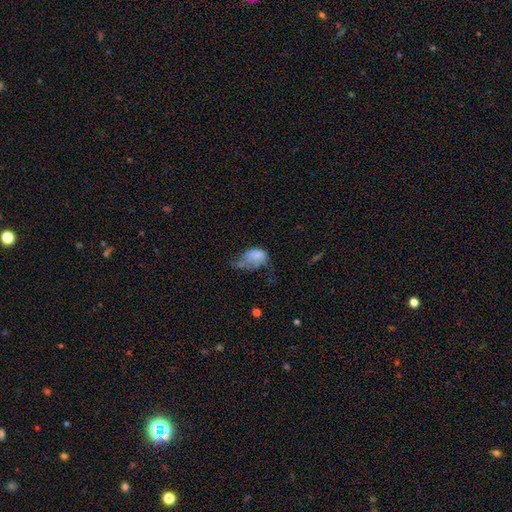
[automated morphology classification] smooth_or_featured: smooth (p=0.61) [alt: featured or disk p=0.29]
how_rounded: in between (p=0.85) [alt: round p=0.14]
merging: major disturbance (p=0.49) [alt: minor disturbance p=0.26]